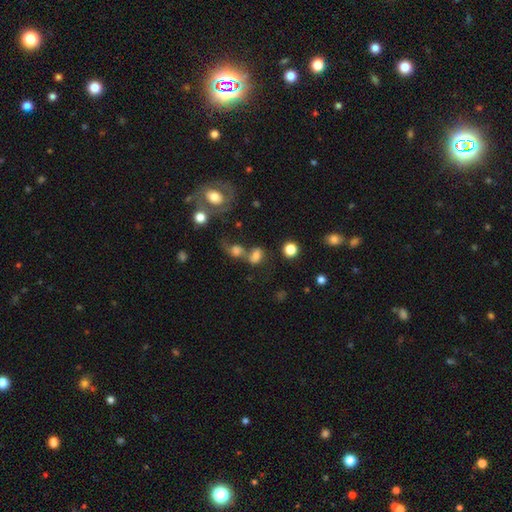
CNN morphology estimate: A smooth galaxy with no disk features (69%) that is in between round and cigar-shaped (66%).

Vote fractions:
- Smooth or featured? smooth: 69% / star or artifact: 16% / featured or disk: 15%
- How rounded? in between: 66% / round: 31% / cigar-shaped: 3%
- Merging? merger: 40% / none: 36% / minor disturbance: 13% / major disturbance: 11%